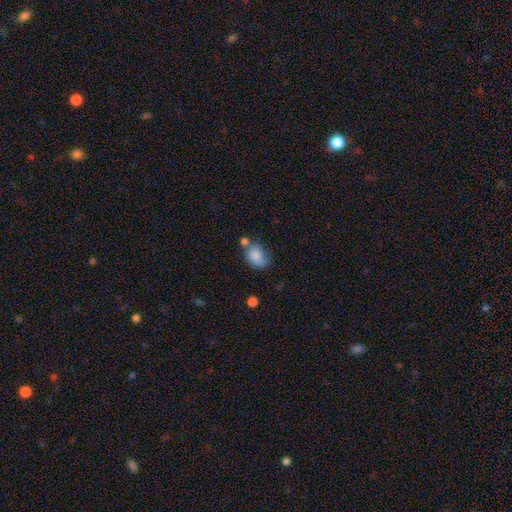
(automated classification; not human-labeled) This appears to be a smooth galaxy with no disk features (81%) that is in between round and cigar-shaped (67%). Merging: none (43%).